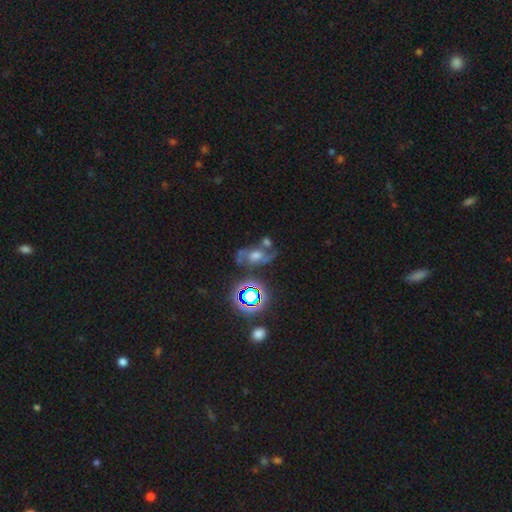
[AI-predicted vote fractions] This is possibly a featured or disk galaxy (57%). It is clearly not viewed edge-on (92%). Bar: likely no (60%). Spiral arm pattern: clearly yes (81%). Central bulge: possibly moderate (51%). Merging: possibly none (48%).